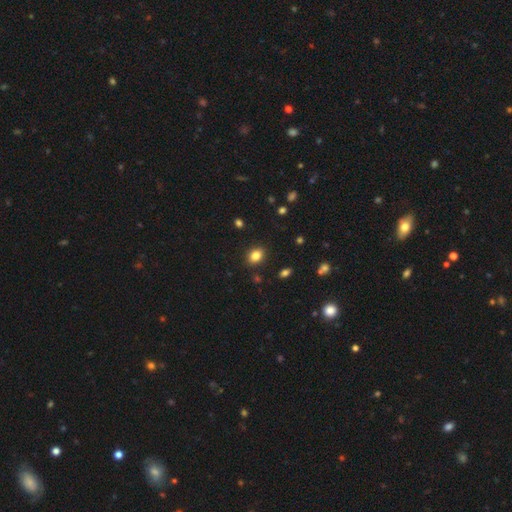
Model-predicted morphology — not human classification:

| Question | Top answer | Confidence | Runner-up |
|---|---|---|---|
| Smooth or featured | smooth | 83% | star or artifact (11%) |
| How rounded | in between | 61% | round (38%) |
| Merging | none | 88% | minor disturbance (8%) |